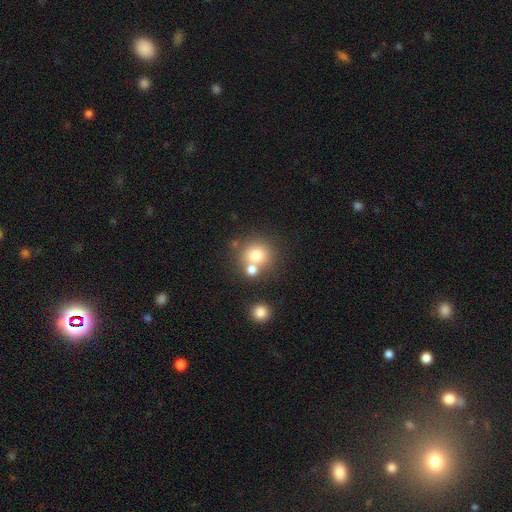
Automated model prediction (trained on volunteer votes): Morphology: type=smooth (76%); roundness=round (85%); merging=none (56%).